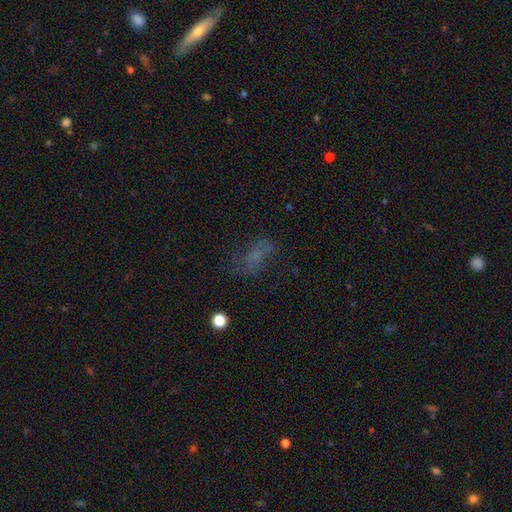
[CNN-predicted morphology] This appears to be a smooth galaxy with no disk features (45%). Merging: none (52%).